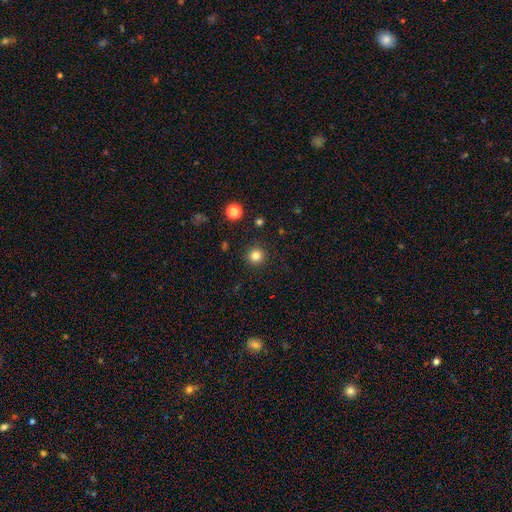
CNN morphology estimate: Overall: smooth (82%). How rounded: round (95%). Merging: none (92%).